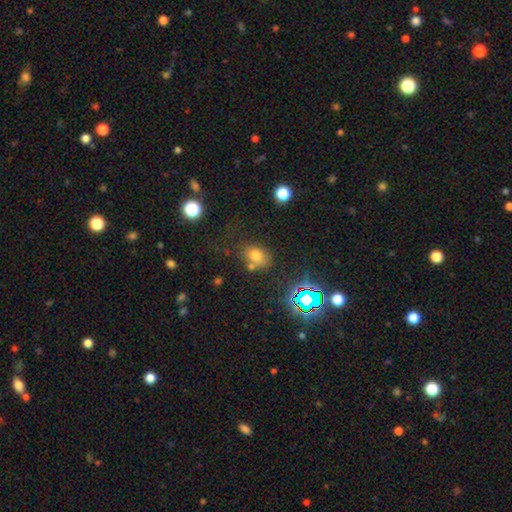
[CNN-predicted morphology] Overall: smooth (67%). How rounded: in between (59%; round 40%). Merging: none (57%; minor disturbance 17%).